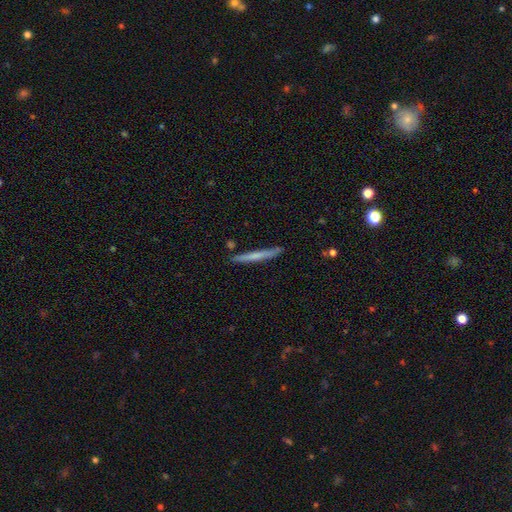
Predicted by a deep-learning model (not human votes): smooth 53%, featured or disk 42%, star or artifact 6%. Down the decision tree: how rounded — cigar-shaped (96%); merging — none (88%).